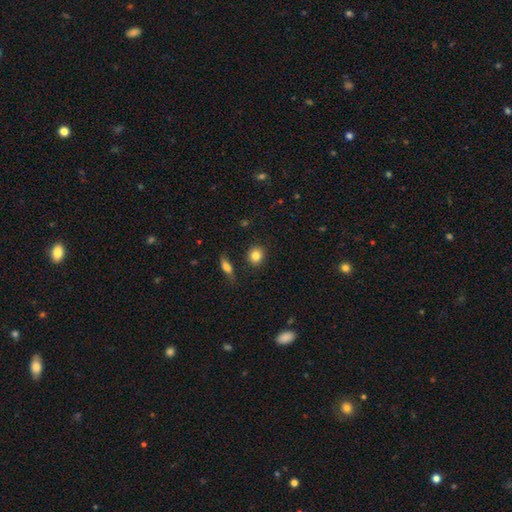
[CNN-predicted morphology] smooth_or_featured: smooth (p=0.84) [alt: star or artifact p=0.09]
how_rounded: round (p=0.80) [alt: in between p=0.19]
merging: none (p=0.87) [alt: minor disturbance p=0.08]